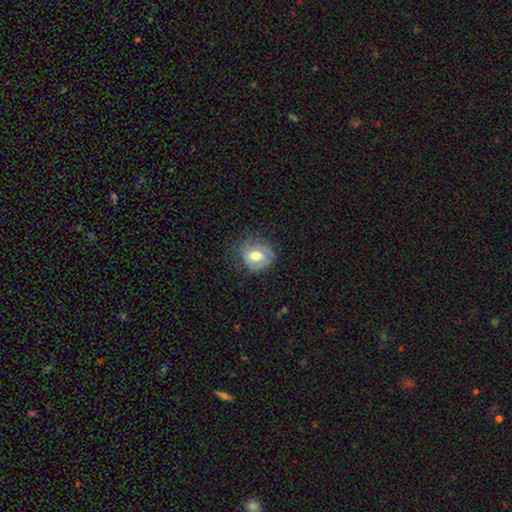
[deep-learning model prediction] The model was most divided on "smooth or featured": featured or disk: 51%, smooth: 42%, star or artifact: 8%. More confident: edge-on disk — no (95%); merging — none (62%).